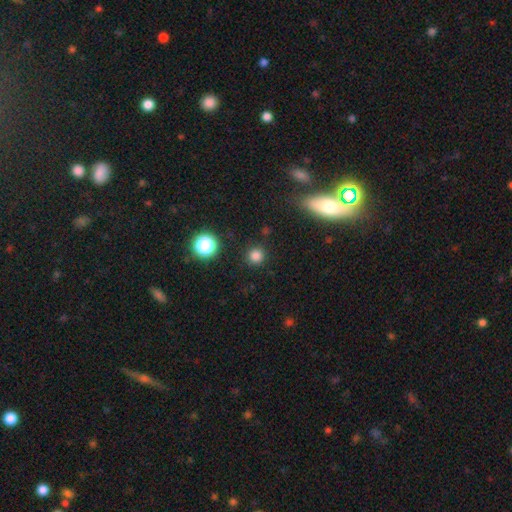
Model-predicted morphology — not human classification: smooth 81%, star or artifact 16%, featured or disk 4%. Down the decision tree: how rounded — round (95%); merging — none (90%).